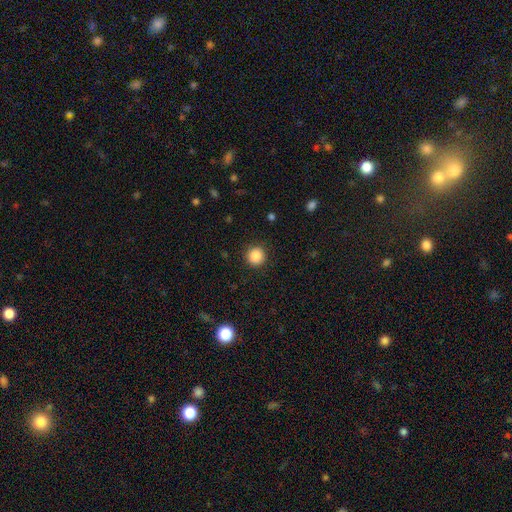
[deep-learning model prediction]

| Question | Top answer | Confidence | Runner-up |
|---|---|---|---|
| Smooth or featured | smooth | 87% | star or artifact (10%) |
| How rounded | round | 95% | in between (5%) |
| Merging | none | 91% | minor disturbance (6%) |